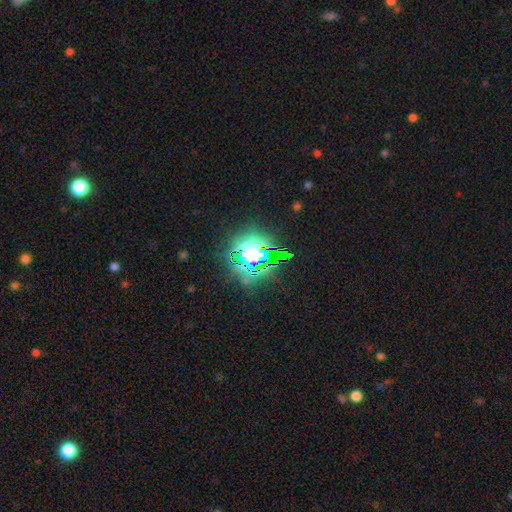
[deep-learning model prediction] A star or artifact, not a galaxy (72%).